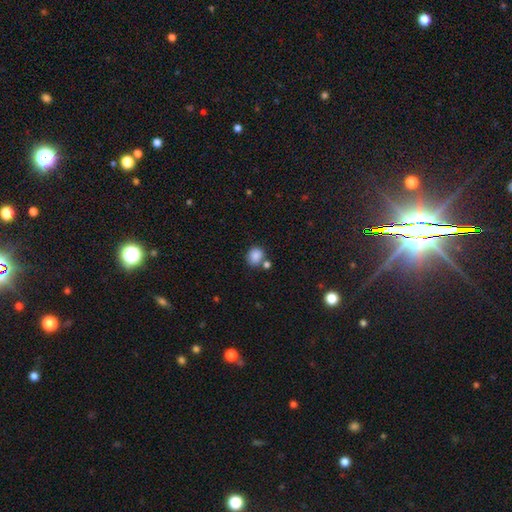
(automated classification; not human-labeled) Q: Smooth or featured?
A: smooth (85%); runner-up: star or artifact (10%)
Q: How rounded?
A: round (66%); runner-up: in between (33%)
Q: Merging?
A: none (61%); runner-up: merger (19%)